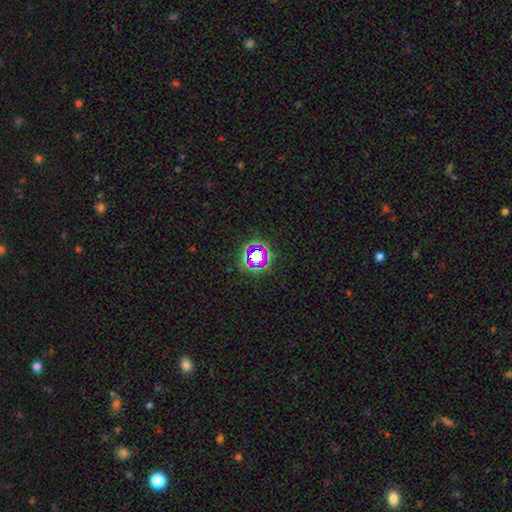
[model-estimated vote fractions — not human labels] This is likely a star or artifact rather than a galaxy (61%).